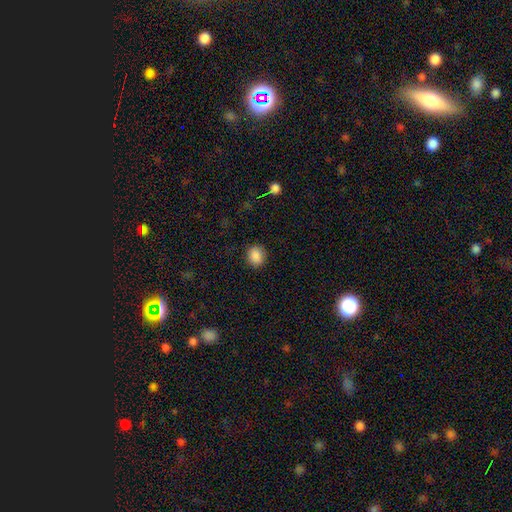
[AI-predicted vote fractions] Smooth or featured: smooth — 88% (star or artifact — 9%)
How rounded: round — 64% (in between — 35%)
Merging: none — 87% (minor disturbance — 9%)